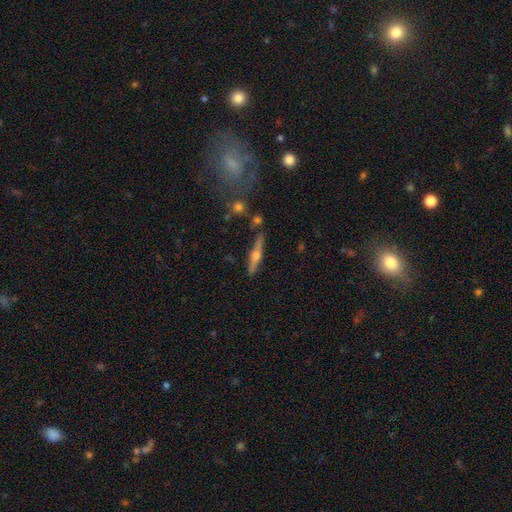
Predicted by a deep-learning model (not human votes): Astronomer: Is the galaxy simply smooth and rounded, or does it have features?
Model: featured or disk — 64%.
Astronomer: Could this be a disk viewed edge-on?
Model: yes — 95%.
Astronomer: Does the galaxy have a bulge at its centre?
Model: rounded — 90%.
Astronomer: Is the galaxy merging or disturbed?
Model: none — 82%.